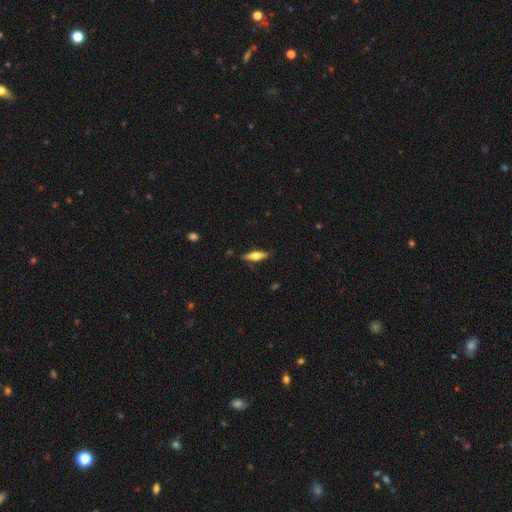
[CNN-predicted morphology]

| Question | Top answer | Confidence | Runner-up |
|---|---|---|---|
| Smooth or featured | smooth | 49% | featured or disk (44%) |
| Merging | none | 85% | minor disturbance (11%) |